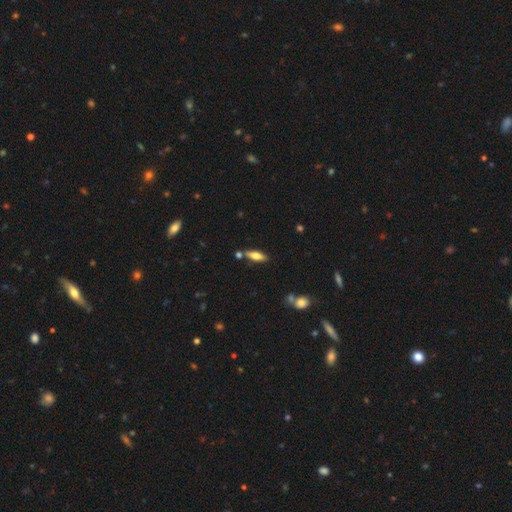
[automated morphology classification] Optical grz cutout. It shows a smooth galaxy with no disk features (64%) that is in between round and cigar-shaped (58%). Merging: none (75%).